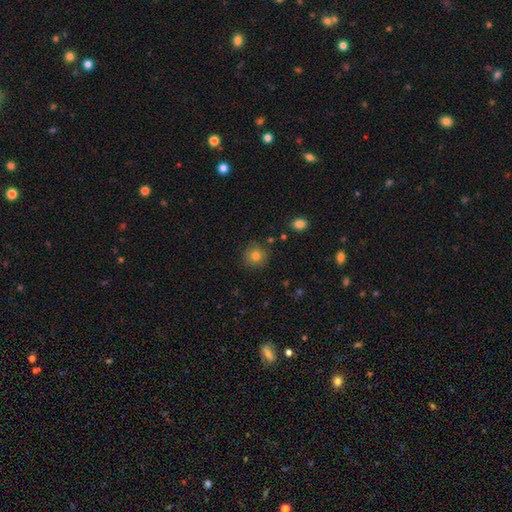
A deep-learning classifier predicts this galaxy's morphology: The model was most divided on "smooth or featured": smooth: 80%, star or artifact: 12%, featured or disk: 9%. More confident: how rounded — round (91%); merging — none (86%).